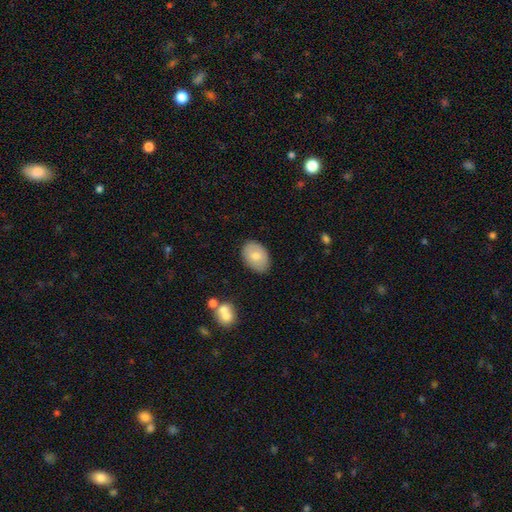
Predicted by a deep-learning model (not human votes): smooth-or-featured: smooth: 77% | featured or disk: 17% | star or artifact: 7%
  how-rounded: in between: 85% | round: 14% | cigar-shaped: 1%
  merging: none: 82% | minor disturbance: 14% | major disturbance: 3% | merger: 1%